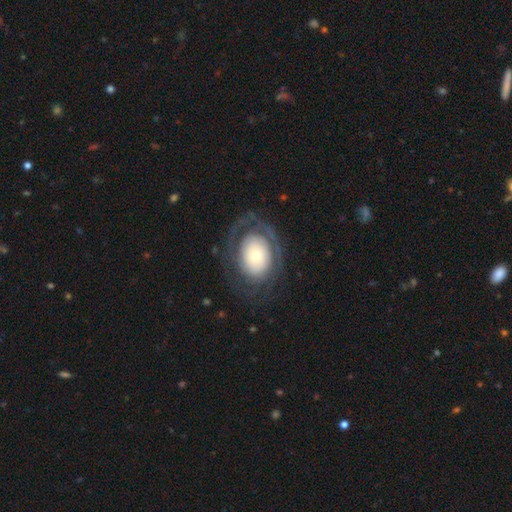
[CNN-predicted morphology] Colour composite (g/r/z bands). It shows a featured or disk galaxy (57%) with no bar (87%), no spiral arms (53%) and a small central bulge (47%). Merging: none (64%).